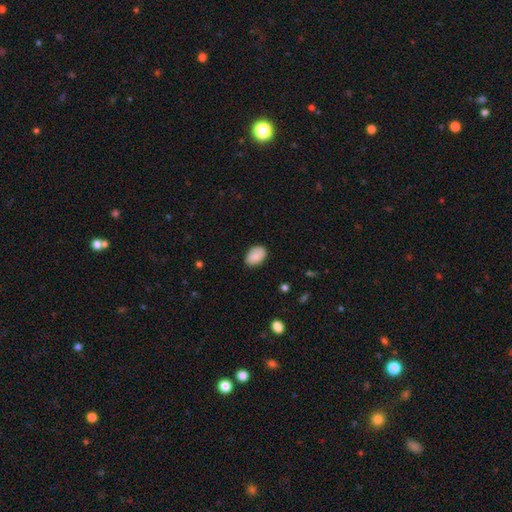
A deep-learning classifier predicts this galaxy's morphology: The model was most divided on "merging": none: 83%, minor disturbance: 13%, major disturbance: 3%, merger: 1%. More confident: smooth or featured — smooth (88%); how rounded — in between (88%).